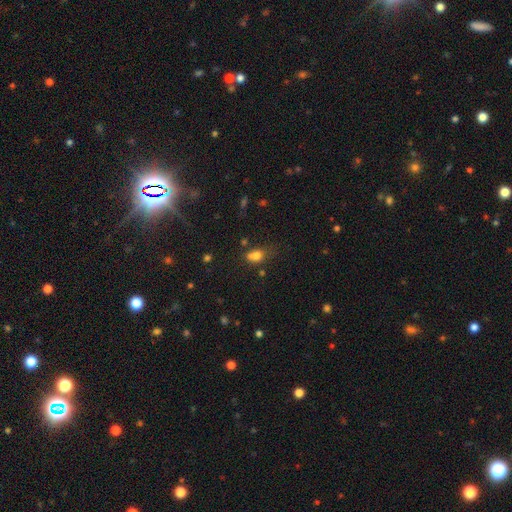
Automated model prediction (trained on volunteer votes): smooth-or-featured: smooth: 75% | star or artifact: 14% | featured or disk: 10%
  how-rounded: in between: 61% | round: 37% | cigar-shaped: 2%
  merging: none: 38% | minor disturbance: 27% | merger: 20% | major disturbance: 15%